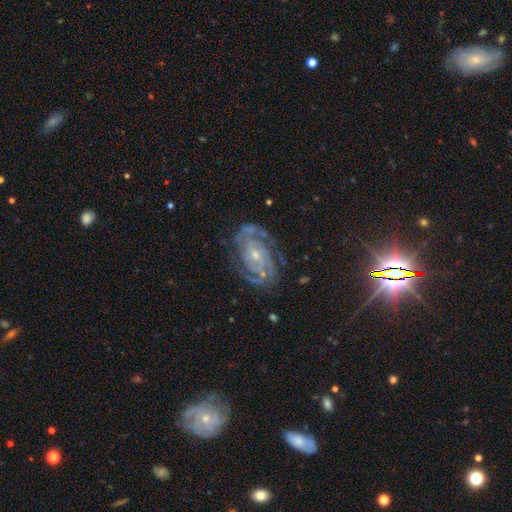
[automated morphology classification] Smooth or featured? Predicted: featured or disk (p=0.85). Edge-on disk? Predicted: no (p=0.97). Bar? Predicted: no (p=0.62). Spiral arms? Predicted: yes (p=0.98). Spiral winding? Predicted: tight (p=0.67). Spiral arm count? Predicted: 2 (p=0.43). Bulge size? Predicted: small (p=0.67). Merging? Predicted: none (p=0.75).